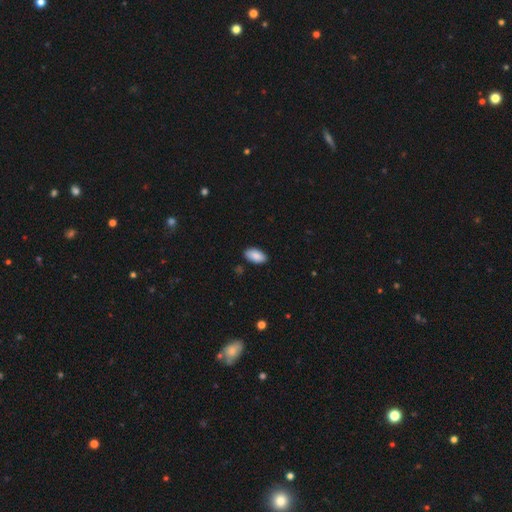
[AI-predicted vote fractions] This is clearly a smooth galaxy (88%). How rounded: clearly in between (95%). Merging: clearly none (88%).